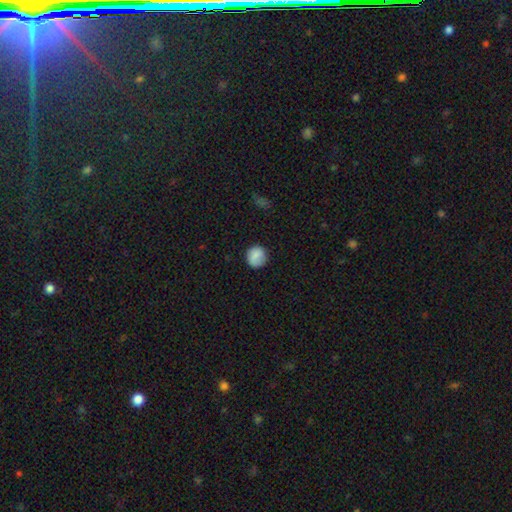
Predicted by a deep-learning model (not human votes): smooth 84%, featured or disk 8%, star or artifact 8%. Down the decision tree: how rounded — round (88%); merging — none (82%).